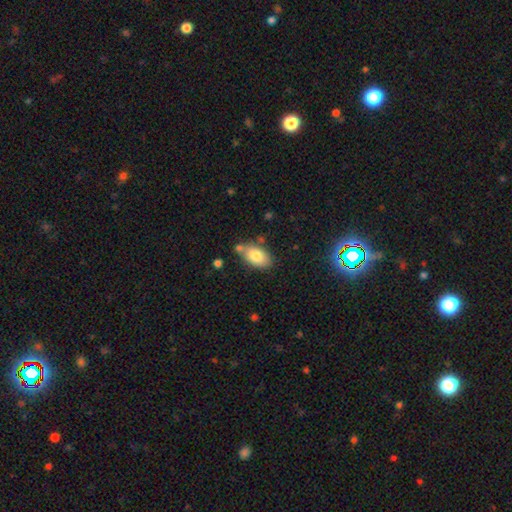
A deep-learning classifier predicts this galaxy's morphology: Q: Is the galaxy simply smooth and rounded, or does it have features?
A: smooth — 81%.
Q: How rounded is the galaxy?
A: in between — 93%.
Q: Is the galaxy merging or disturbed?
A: none — 67%.